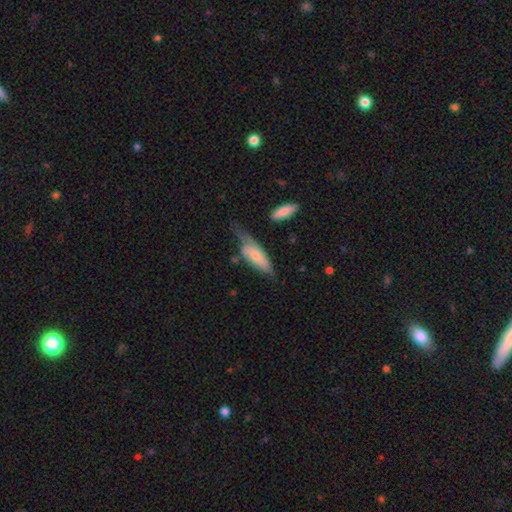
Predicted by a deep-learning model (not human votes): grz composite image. It shows a smooth galaxy with no disk features (63%) that is in between round and cigar-shaped (68%). Merging: minor disturbance (39%).